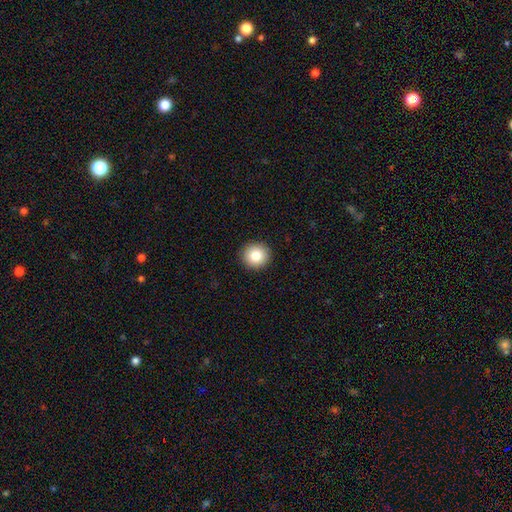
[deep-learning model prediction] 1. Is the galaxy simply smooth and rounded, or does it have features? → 82% smooth, 10% star or artifact, 8% featured or disk.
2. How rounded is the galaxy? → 94% round, 5% in between, 1% cigar-shaped.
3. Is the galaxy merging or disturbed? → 93% none, 5% minor disturbance, 1% major disturbance, 1% merger.